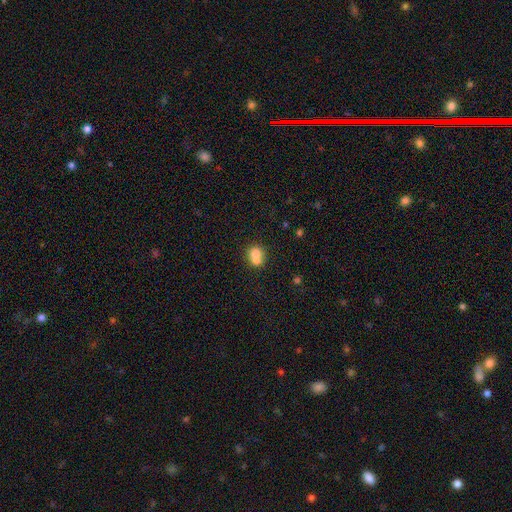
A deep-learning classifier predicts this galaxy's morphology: Smooth or featured: smooth — 71% (featured or disk — 19%)
How rounded: round — 77% (in between — 22%)
Merging: merger — 62% (none — 29%)